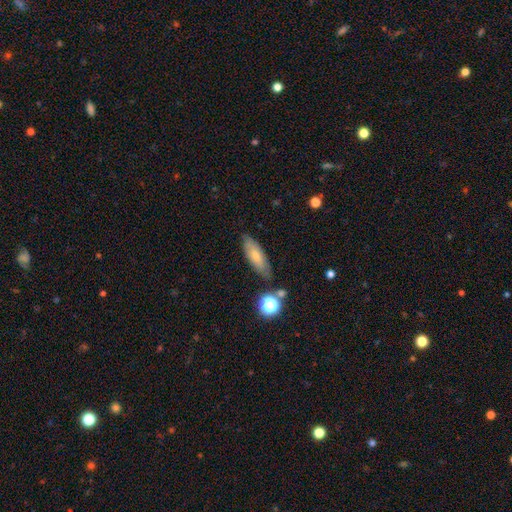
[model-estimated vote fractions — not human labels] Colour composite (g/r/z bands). It shows a smooth galaxy with no disk features (68%) that is in between round and cigar-shaped (59%). Merging: none (77%).